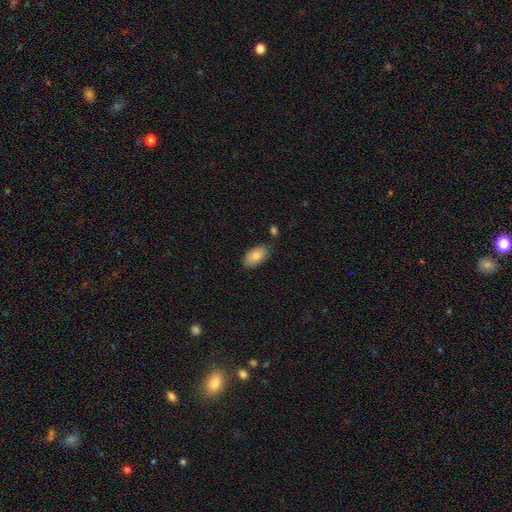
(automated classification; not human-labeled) Q: Smooth or featured?
A: smooth (83%); runner-up: featured or disk (10%)
Q: How rounded?
A: in between (94%); runner-up: round (4%)
Q: Merging?
A: none (80%); runner-up: minor disturbance (14%)